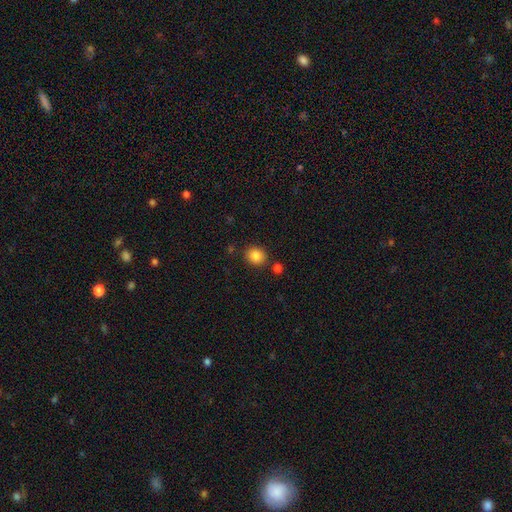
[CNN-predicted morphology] Smooth or featured?
  - smooth: 85% *
  - star or artifact: 10%
  - featured or disk: 5%
How rounded?
  - round: 74% *
  - in between: 25%
  - cigar-shaped: 1%
Merging?
  - none: 84% *
  - minor disturbance: 8%
  - merger: 5%
  - major disturbance: 2%